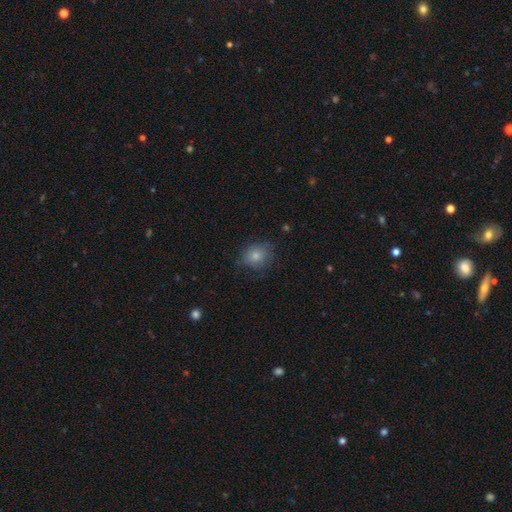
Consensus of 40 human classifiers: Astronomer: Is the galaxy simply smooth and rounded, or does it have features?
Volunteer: smooth — 82%.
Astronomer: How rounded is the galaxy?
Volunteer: round — 58% (runner-up: in between, 42%).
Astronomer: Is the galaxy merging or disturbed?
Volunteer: none — 65%.